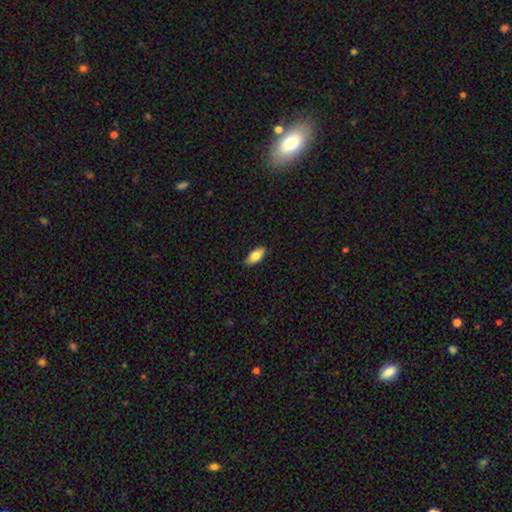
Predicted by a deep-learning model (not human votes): Smooth or featured: smooth — 79% (featured or disk — 14%)
How rounded: in between — 87% (cigar-shaped — 11%)
Merging: none — 88% (minor disturbance — 9%)